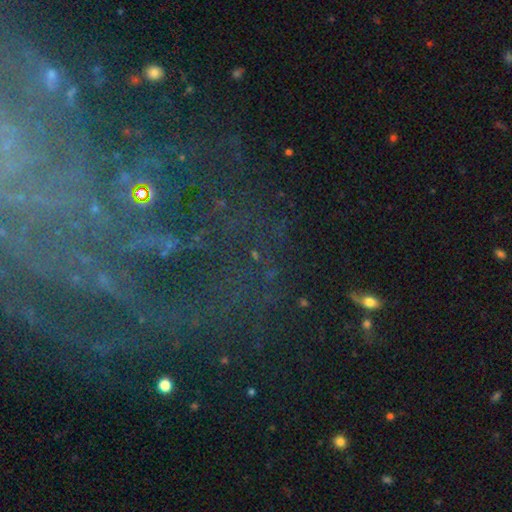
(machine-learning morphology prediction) type=featured or disk (57%); edge-on=no (91%); bar=no (57%); spiral arms=yes (74%); bulge=small (54%); merging=none (70%).